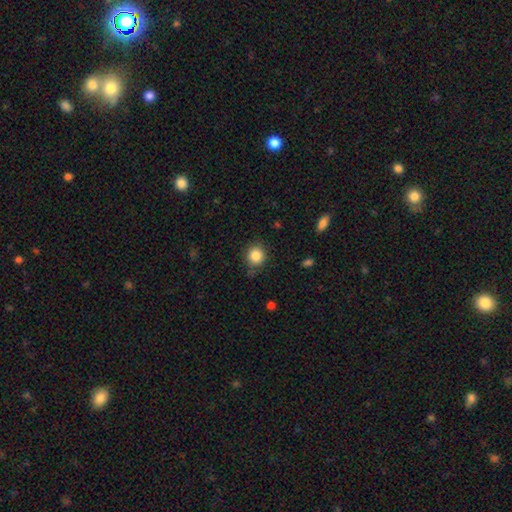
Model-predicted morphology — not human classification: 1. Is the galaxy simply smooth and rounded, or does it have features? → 85% smooth, 10% star or artifact, 5% featured or disk.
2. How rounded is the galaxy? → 85% round, 14% in between, 1% cigar-shaped.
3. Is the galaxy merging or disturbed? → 81% none, 13% minor disturbance, 3% major disturbance, 3% merger.